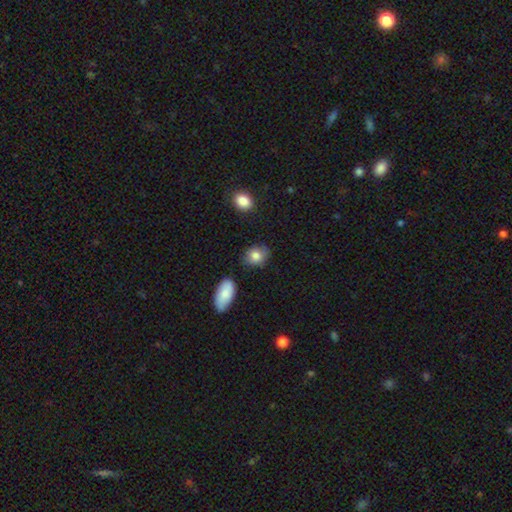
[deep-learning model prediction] Smooth or featured: smooth — 82% (featured or disk — 10%)
How rounded: in between — 56% (round — 43%)
Merging: none — 75% (minor disturbance — 18%)